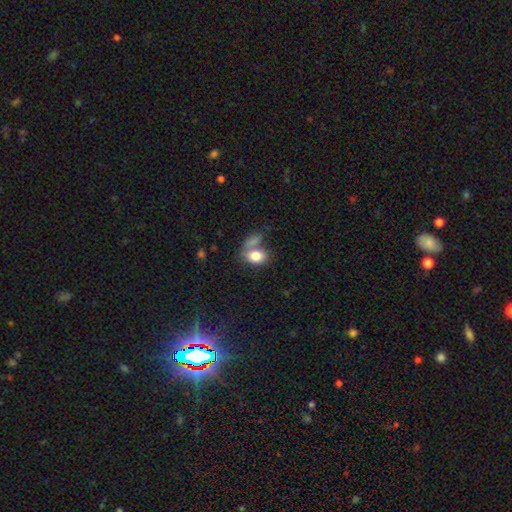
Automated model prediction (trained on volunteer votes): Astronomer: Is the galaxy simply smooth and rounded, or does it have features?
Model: smooth — 80%.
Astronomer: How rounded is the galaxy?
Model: in between — 75%.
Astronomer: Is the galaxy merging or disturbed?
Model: none — 39% (runner-up: merger, 38%).